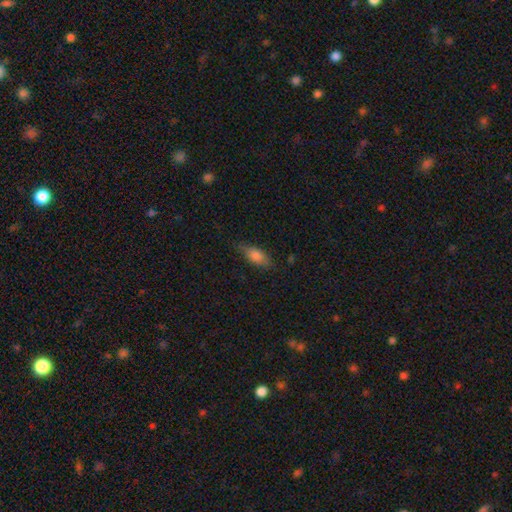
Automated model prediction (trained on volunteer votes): Smooth or featured: smooth — 79% (featured or disk — 13%)
How rounded: in between — 79% (cigar-shaped — 18%)
Merging: none — 72% (minor disturbance — 21%)